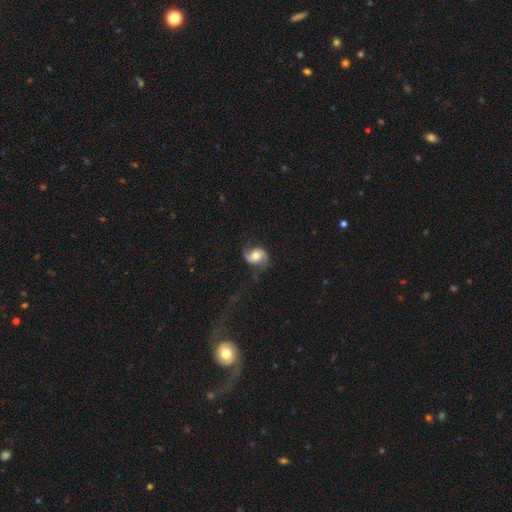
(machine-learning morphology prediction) Smooth or featured?
  - featured or disk: 57% *
  - smooth: 35%
  - star or artifact: 8%
Edge-on disk?
  - no: 96% *
  - yes: 4%
Bar?
  - no: 64% *
  - weak: 27%
  - strong: 9%
Spiral arms?
  - yes: 87% *
  - no: 13%
Bulge size?
  - moderate: 68% *
  - large: 16%
  - small: 13%
  - dominant: 2%
  - none: 2%
Merging?
  - none: 65% *
  - minor disturbance: 20%
  - major disturbance: 13%
  - merger: 2%